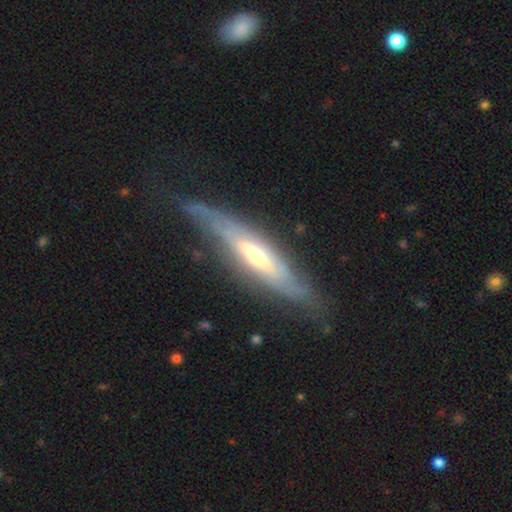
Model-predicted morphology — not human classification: smooth_or_featured: featured or disk (p=0.77) [alt: smooth p=0.17]
disk_edge_on: yes (p=0.59) [alt: no p=0.41]
merging: none (p=0.68) [alt: minor disturbance p=0.22]